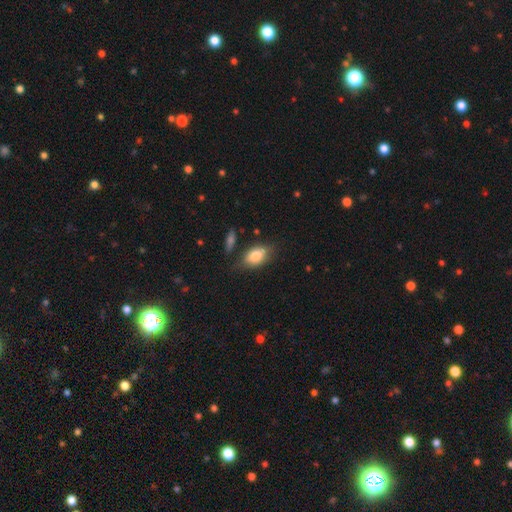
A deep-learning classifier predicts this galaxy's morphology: smooth_or_featured: smooth (p=0.77) [alt: featured or disk p=0.16]
how_rounded: in between (p=0.88) [alt: round p=0.07]
merging: none (p=0.70) [alt: minor disturbance p=0.20]